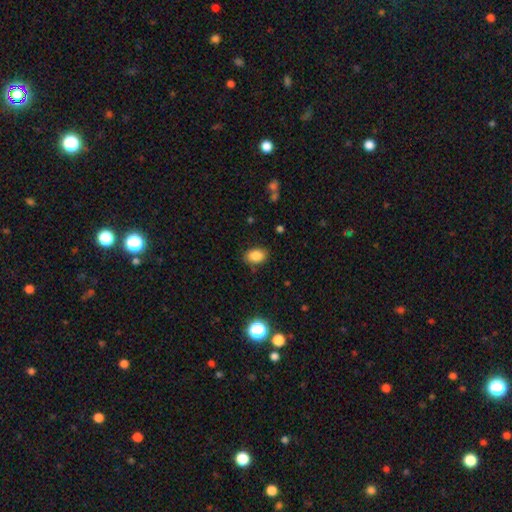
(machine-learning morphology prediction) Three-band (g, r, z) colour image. It shows a smooth galaxy with no disk features (85%) that is in between round and cigar-shaped (82%). Merging: none (83%).